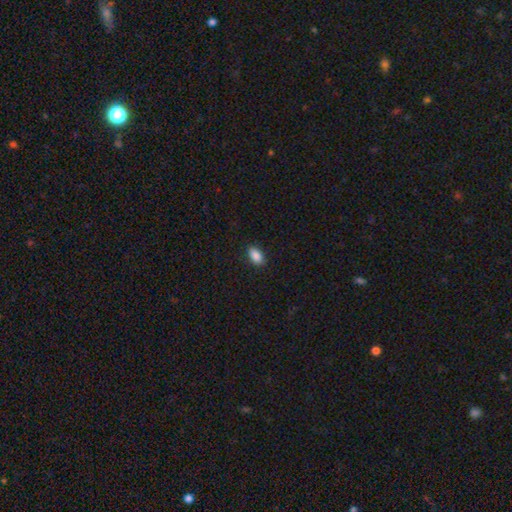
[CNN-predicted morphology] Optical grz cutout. It shows a smooth galaxy with no disk features (88%) that is in between round and cigar-shaped (92%). Merging: none (88%).